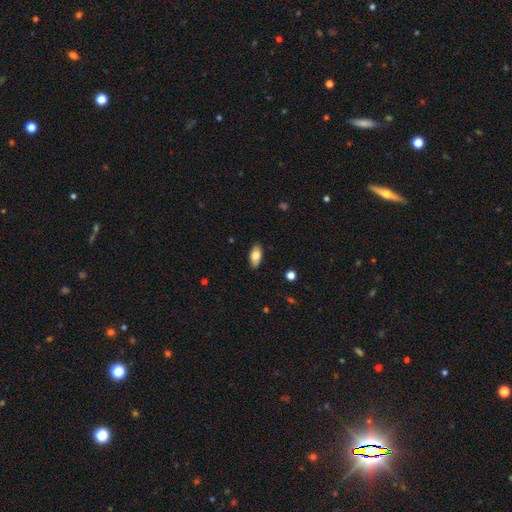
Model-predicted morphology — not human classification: smooth-or-featured: smooth: 83% | featured or disk: 10% | star or artifact: 7%
  how-rounded: in between: 91% | cigar-shaped: 6% | round: 3%
  merging: none: 87% | minor disturbance: 10% | major disturbance: 2% | merger: 1%